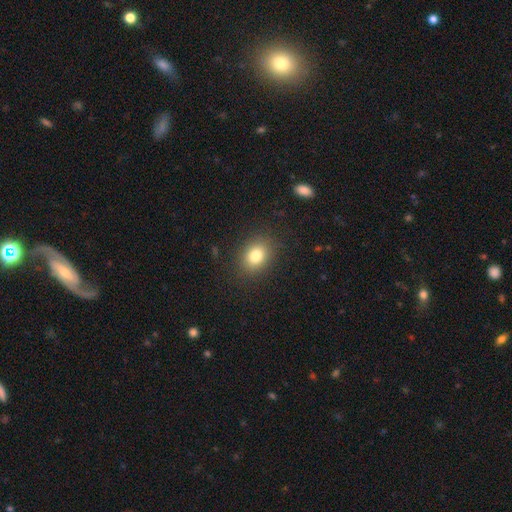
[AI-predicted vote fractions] The model was most divided on "how rounded": in between: 55%, round: 44%, cigar-shaped: 1%. More confident: merging — none (86%); smooth or featured — smooth (80%).